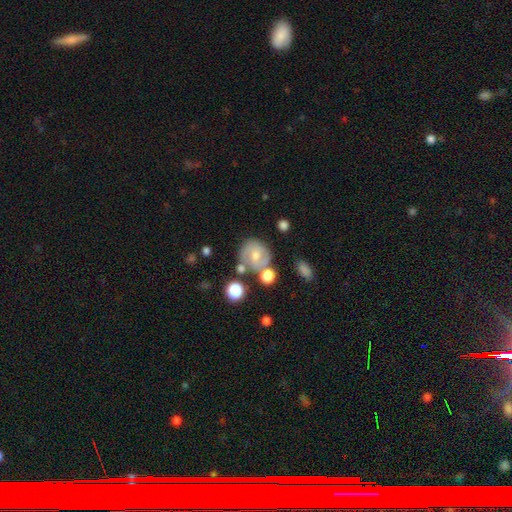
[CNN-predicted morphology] smooth-or-featured: featured or disk: 49% | smooth: 41% | star or artifact: 10%
  merging: none: 54% | minor disturbance: 19% | merger: 18% | major disturbance: 9%